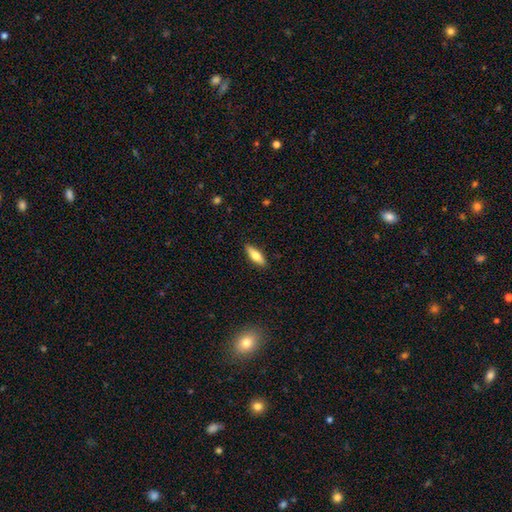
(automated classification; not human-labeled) smooth-or-featured: smooth: 68% | featured or disk: 25% | star or artifact: 6%
  how-rounded: in between: 55% | cigar-shaped: 42% | round: 2%
  merging: none: 89% | minor disturbance: 8% | major disturbance: 2% | merger: 1%